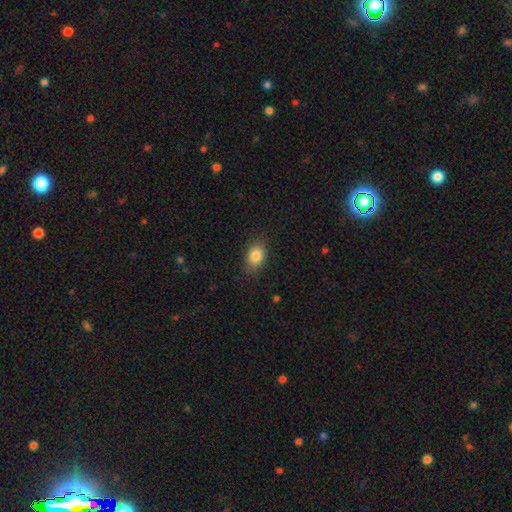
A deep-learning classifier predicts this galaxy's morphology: The model was most divided on "how rounded": in between: 77%, round: 22%, cigar-shaped: 1%. More confident: smooth or featured — smooth (84%); merging — none (84%).